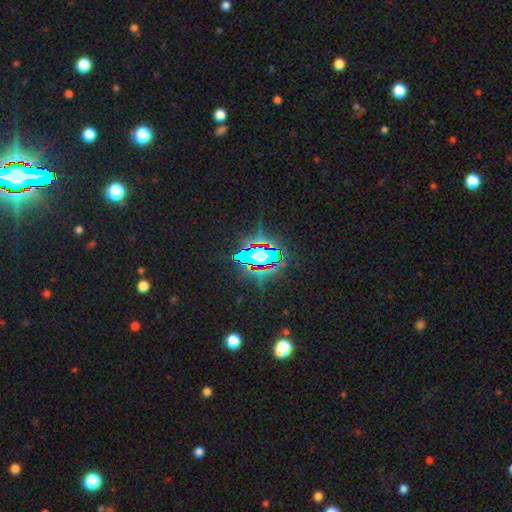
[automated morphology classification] smooth-or-featured: star or artifact: 64% | smooth: 19% | featured or disk: 17%